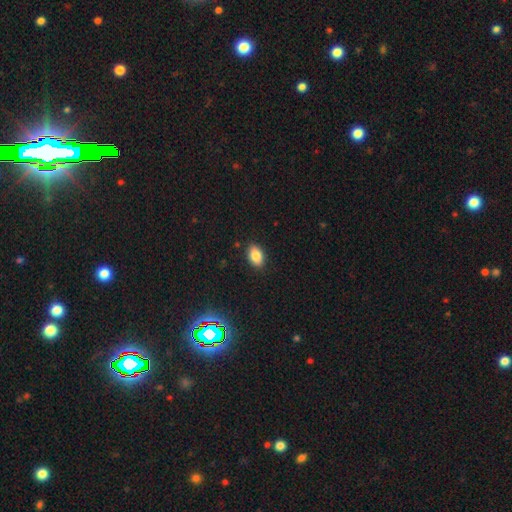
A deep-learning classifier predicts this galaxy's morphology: smooth-or-featured: smooth: 85% | star or artifact: 9% | featured or disk: 6%
  how-rounded: in between: 89% | round: 9% | cigar-shaped: 2%
  merging: none: 88% | minor disturbance: 9% | major disturbance: 2% | merger: 1%